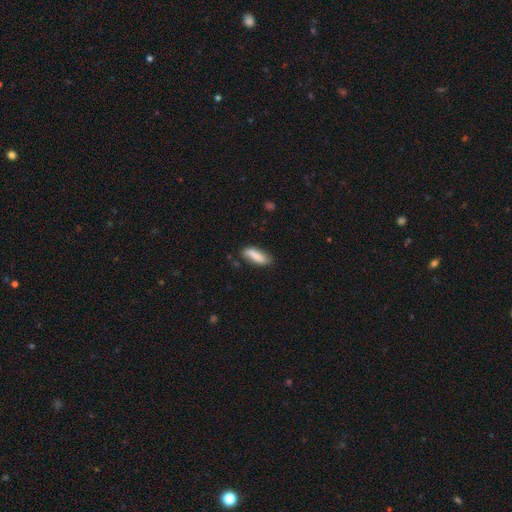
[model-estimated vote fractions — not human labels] A smooth galaxy with no disk features (78%) that is in between round and cigar-shaped (57%). Merging: none (74%).